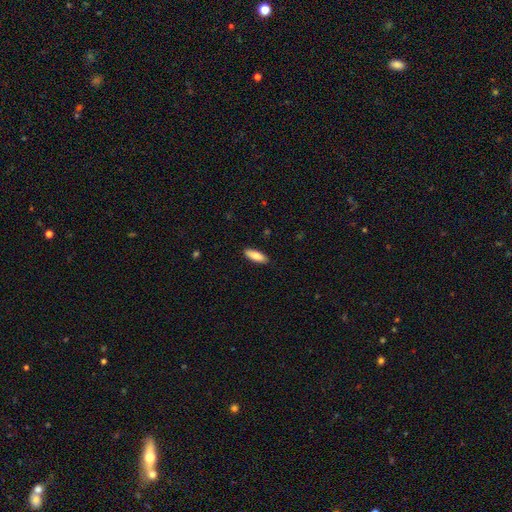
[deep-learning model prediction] Smooth or featured? Predicted: smooth (p=0.85). How rounded? Predicted: in between (p=0.65). Merging? Predicted: none (p=0.89).